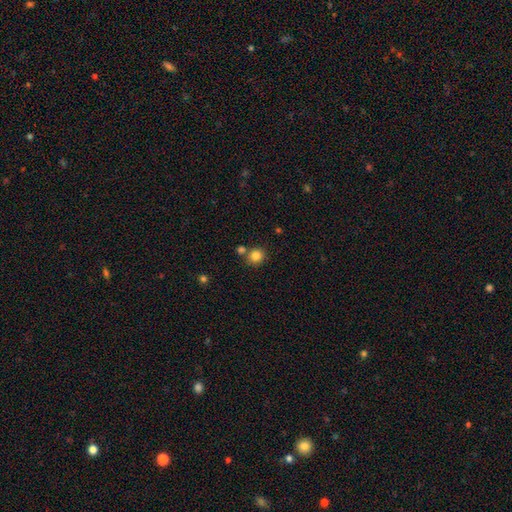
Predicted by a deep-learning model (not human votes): A smooth galaxy with no disk features (83%) that is round (85%).

Vote fractions:
- Smooth or featured? smooth: 83% / star or artifact: 11% / featured or disk: 5%
- How rounded? round: 85% / in between: 14% / cigar-shaped: 1%
- Merging? none: 74% / merger: 15% / minor disturbance: 9% / major disturbance: 3%